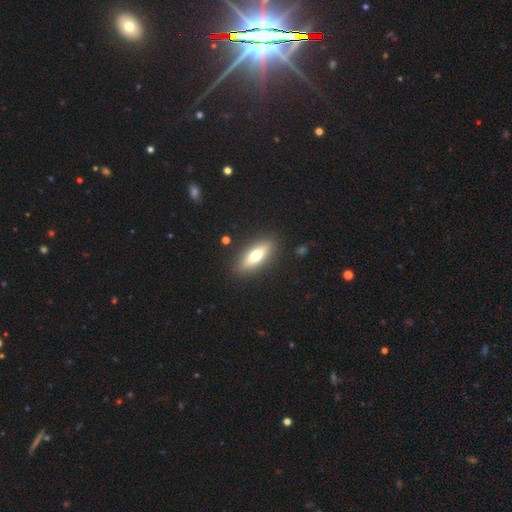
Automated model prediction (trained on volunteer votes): Q: Smooth or featured?
A: smooth (58%); runner-up: featured or disk (36%)
Q: How rounded?
A: in between (58%); runner-up: cigar-shaped (40%)
Q: Merging?
A: none (88%); runner-up: minor disturbance (8%)